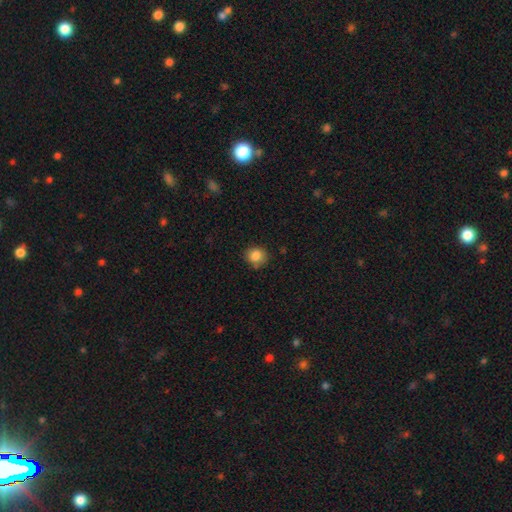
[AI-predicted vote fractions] The model was most divided on "merging": none: 78%, minor disturbance: 16%, major disturbance: 3%, merger: 3%. More confident: smooth or featured — smooth (85%); how rounded — round (81%).